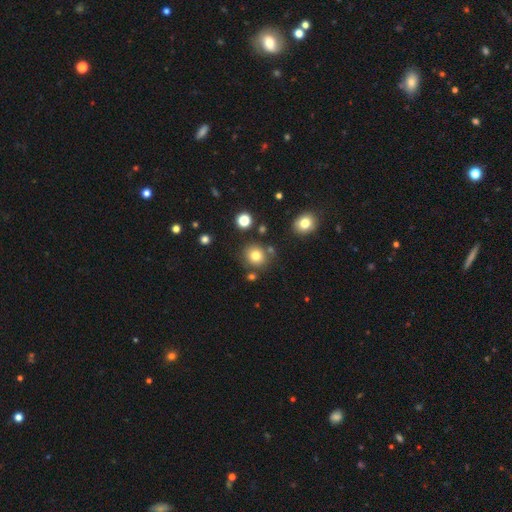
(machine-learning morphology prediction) Smooth or featured: smooth — 79% (star or artifact — 13%)
How rounded: round — 84% (in between — 15%)
Merging: none — 80% (minor disturbance — 10%)